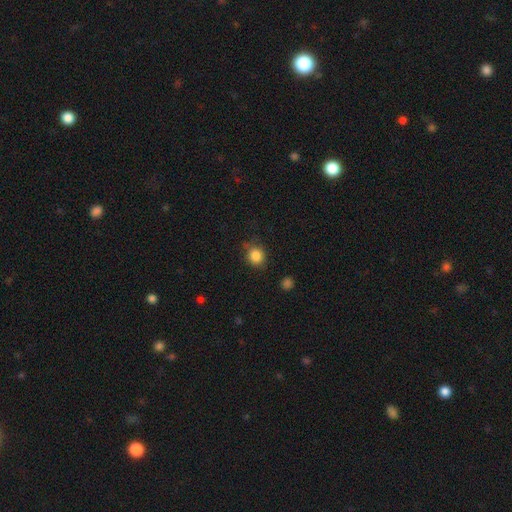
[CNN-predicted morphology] smooth-or-featured: smooth: 85% | star or artifact: 10% | featured or disk: 5%
  how-rounded: round: 82% | in between: 17% | cigar-shaped: 1%
  merging: none: 76% | minor disturbance: 17% | major disturbance: 5% | merger: 2%